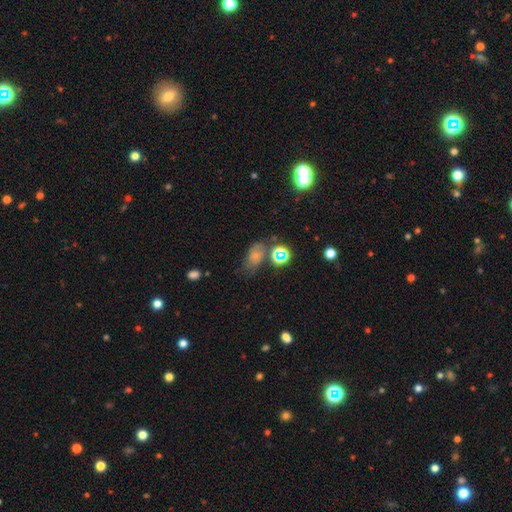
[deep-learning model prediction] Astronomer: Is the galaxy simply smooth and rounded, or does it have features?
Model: smooth — 64%.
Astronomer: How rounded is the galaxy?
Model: in between — 79%.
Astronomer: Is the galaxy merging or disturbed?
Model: none — 47% (runner-up: minor disturbance, 28%).